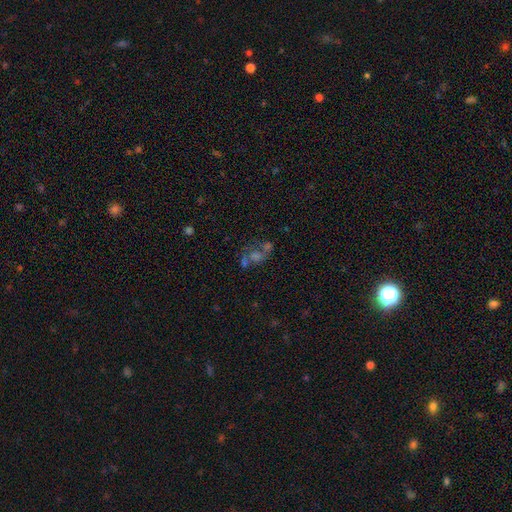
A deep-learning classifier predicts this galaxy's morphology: Overall: featured or disk (38%; smooth 32%). Merging: merger (36%, tied with none).